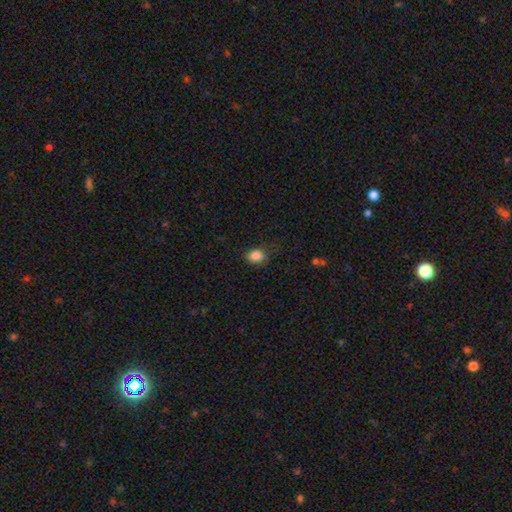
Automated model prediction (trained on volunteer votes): A smooth galaxy with no disk features (87%) that is in between round and cigar-shaped (51%). Merging: none (78%).